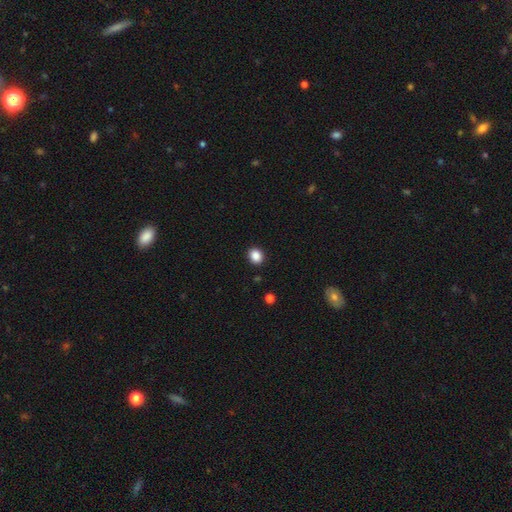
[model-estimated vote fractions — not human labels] A smooth galaxy with no disk features (87%) that is round (72%).

Vote fractions:
- Smooth or featured? smooth: 87% / star or artifact: 10% / featured or disk: 3%
- How rounded? round: 72% / in between: 28% / cigar-shaped: 1%
- Merging? none: 91% / minor disturbance: 6% / major disturbance: 2% / merger: 1%